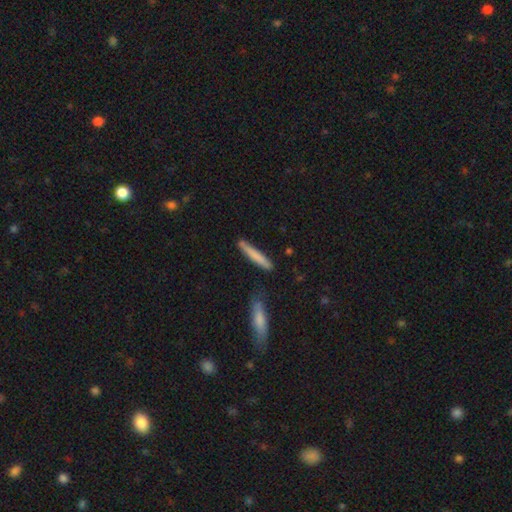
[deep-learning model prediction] The model was most divided on "smooth or featured": smooth: 75%, featured or disk: 19%, star or artifact: 6%. More confident: how rounded — cigar-shaped (93%); merging — none (78%).